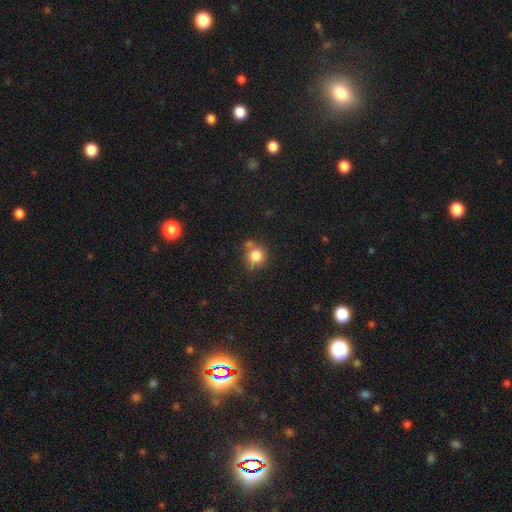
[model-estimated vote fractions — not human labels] Smooth or featured? smooth (82%)
How rounded? round (89%)
Merging? none (62%)